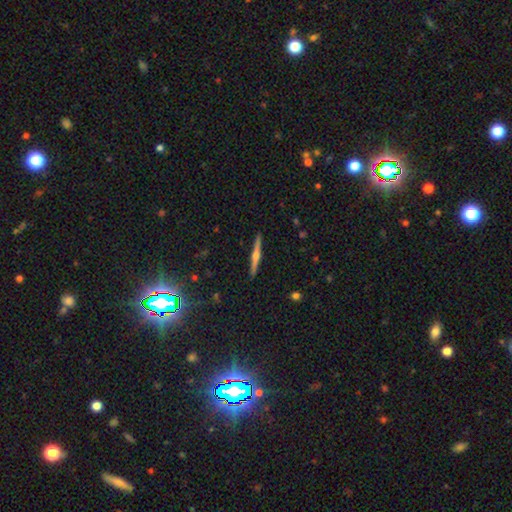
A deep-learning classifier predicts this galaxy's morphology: Smooth or featured?
  - featured or disk: 72% *
  - smooth: 21%
  - star or artifact: 8%
Edge-on disk?
  - yes: 98% *
  - no: 2%
Edge-on bulge?
  - rounded: 87% *
  - boxy: 6%
  - none: 6%
Merging?
  - none: 92% *
  - minor disturbance: 6%
  - major disturbance: 1%
  - merger: 1%